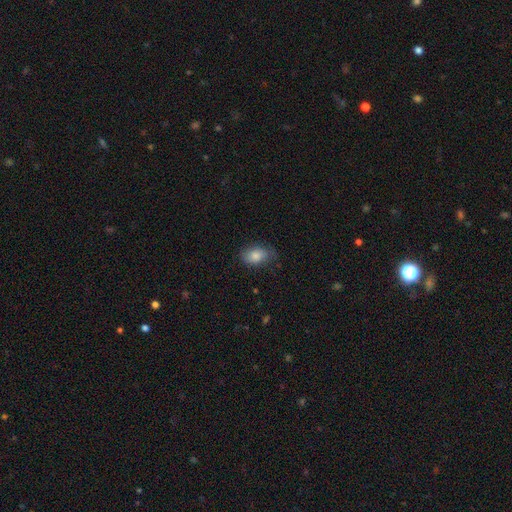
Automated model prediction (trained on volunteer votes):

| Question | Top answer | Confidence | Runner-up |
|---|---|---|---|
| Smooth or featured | smooth | 82% | featured or disk (11%) |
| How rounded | in between | 86% | round (12%) |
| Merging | none | 68% | minor disturbance (25%) |